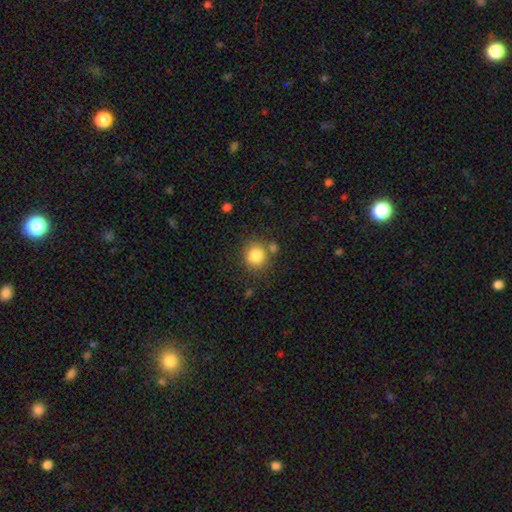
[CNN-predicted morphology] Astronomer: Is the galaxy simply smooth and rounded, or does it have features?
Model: smooth — 83%.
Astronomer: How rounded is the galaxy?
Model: round — 87%.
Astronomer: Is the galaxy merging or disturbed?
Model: none — 73%.